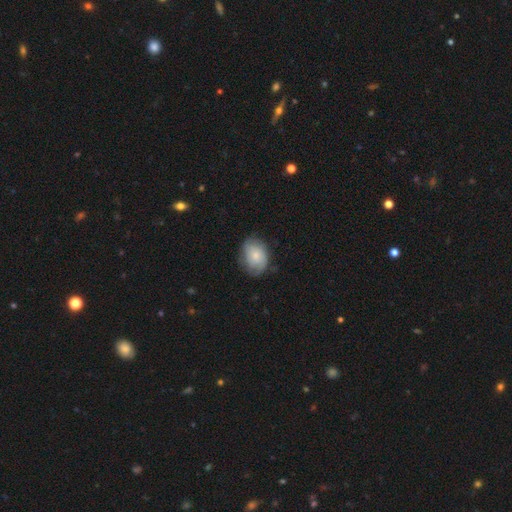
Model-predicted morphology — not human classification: Smooth or featured?
  - smooth: 53% *
  - featured or disk: 40%
  - star or artifact: 7%
How rounded?
  - in between: 67% *
  - round: 32%
  - cigar-shaped: 1%
Merging?
  - none: 69% *
  - minor disturbance: 23%
  - major disturbance: 7%
  - merger: 1%